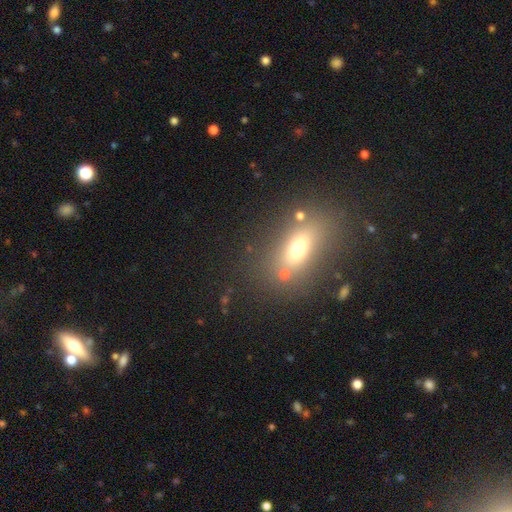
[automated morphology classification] smooth-or-featured: smooth: 53% | star or artifact: 24% | featured or disk: 23%
  how-rounded: in between: 72% | round: 17% | cigar-shaped: 11%
  merging: none: 73% | minor disturbance: 13% | merger: 8% | major disturbance: 6%